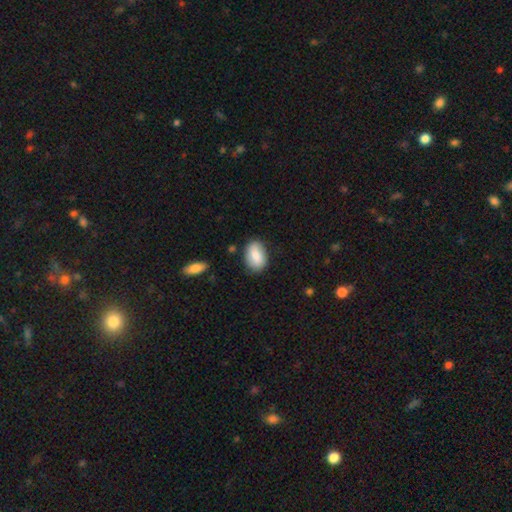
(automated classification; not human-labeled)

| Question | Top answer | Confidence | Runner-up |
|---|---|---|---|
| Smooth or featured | smooth | 82% | featured or disk (11%) |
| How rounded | in between | 89% | round (9%) |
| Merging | none | 78% | minor disturbance (16%) |